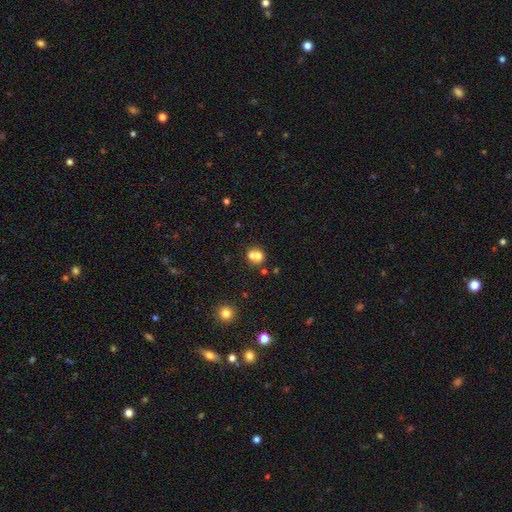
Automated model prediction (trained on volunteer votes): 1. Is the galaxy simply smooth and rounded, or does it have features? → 68% smooth, 19% featured or disk, 12% star or artifact.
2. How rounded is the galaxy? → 77% round, 22% in between, 1% cigar-shaped.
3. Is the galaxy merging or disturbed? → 55% merger, 34% none, 7% minor disturbance, 3% major disturbance.